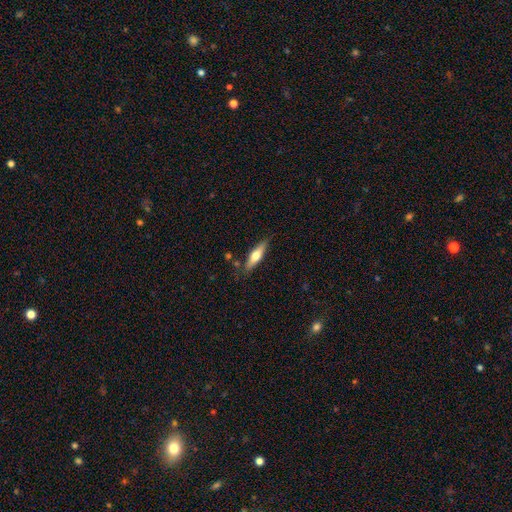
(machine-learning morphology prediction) A smooth galaxy with no disk features (54%) that is cigar-shaped (66%).

Vote fractions:
- Smooth or featured? smooth: 54% / featured or disk: 40% / star or artifact: 6%
- How rounded? cigar-shaped: 66% / in between: 32% / round: 2%
- Merging? none: 81% / minor disturbance: 13% / merger: 3% / major disturbance: 3%